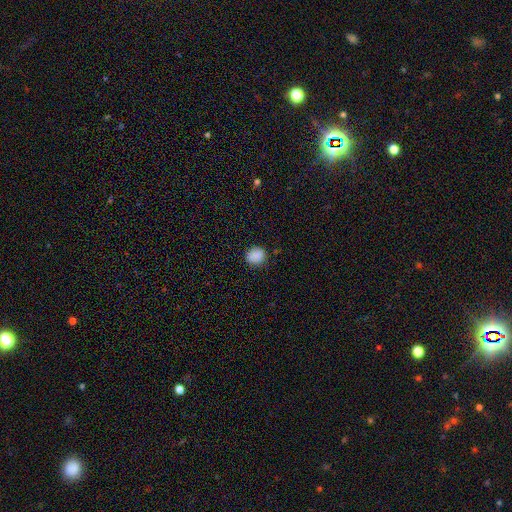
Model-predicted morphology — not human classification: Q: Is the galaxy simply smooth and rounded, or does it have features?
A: smooth — 87%.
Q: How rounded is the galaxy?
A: round — 77%.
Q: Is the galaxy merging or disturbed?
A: none — 84%.